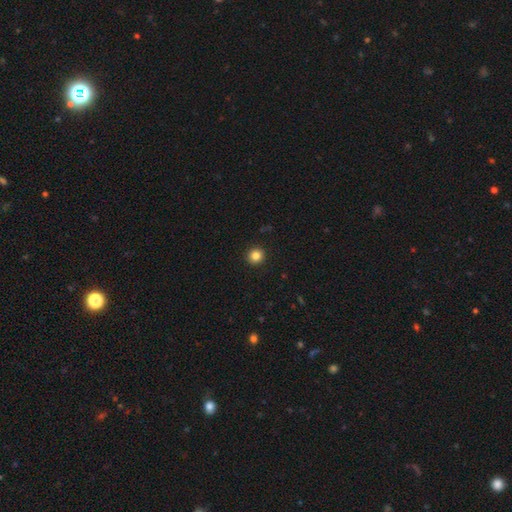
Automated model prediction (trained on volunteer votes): Morphology: type=smooth (84%); roundness=round (93%); merging=none (93%).